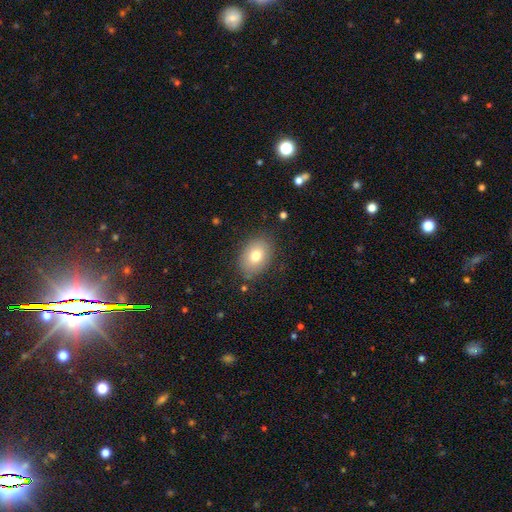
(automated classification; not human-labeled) A smooth galaxy with no disk features (77%) that is in between round and cigar-shaped (79%). Merging: none (81%).